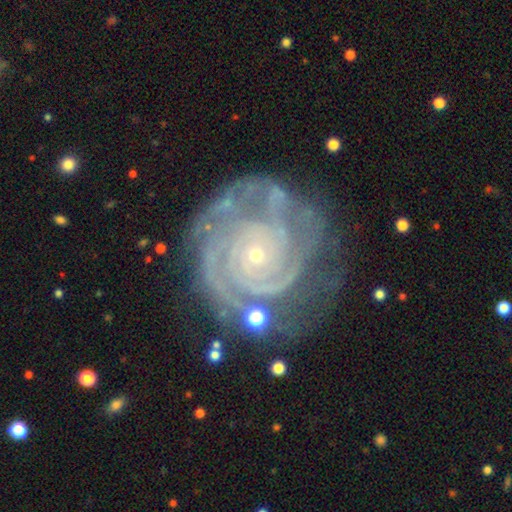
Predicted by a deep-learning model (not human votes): Smooth or featured: featured or disk — 90% (star or artifact — 6%)
Edge-on disk: no — 98% (yes — 2%)
Bar: no — 81% (weak — 13%)
Spiral arms: yes — 98% (no — 2%)
Spiral winding: tight — 81% (medium — 16%)
Spiral arm count: 3 — 25% (2 — 22%)
Bulge size: small — 87% (moderate — 9%)
Merging: none — 68% (minor disturbance — 20%)